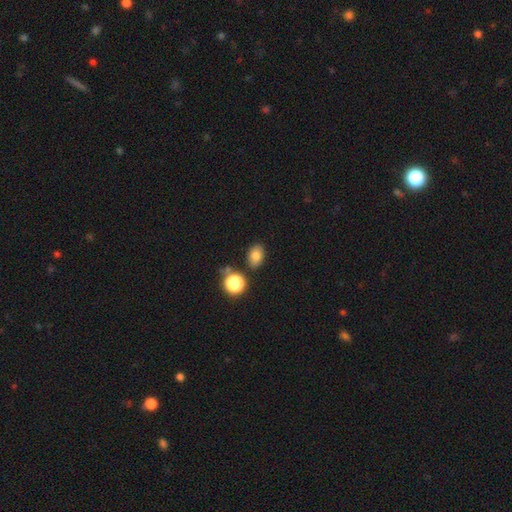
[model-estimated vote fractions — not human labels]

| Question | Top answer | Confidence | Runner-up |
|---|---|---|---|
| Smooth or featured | smooth | 80% | star or artifact (12%) |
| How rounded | in between | 76% | round (23%) |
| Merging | none | 82% | minor disturbance (10%) |